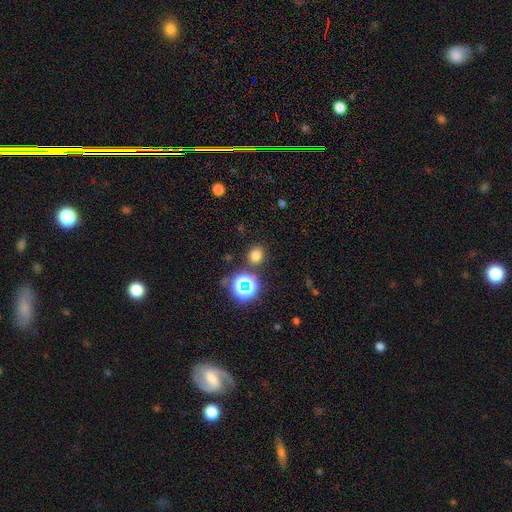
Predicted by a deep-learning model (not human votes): smooth 71%, star or artifact 23%, featured or disk 6%. Down the decision tree: how rounded — round (74%); merging — none (83%).